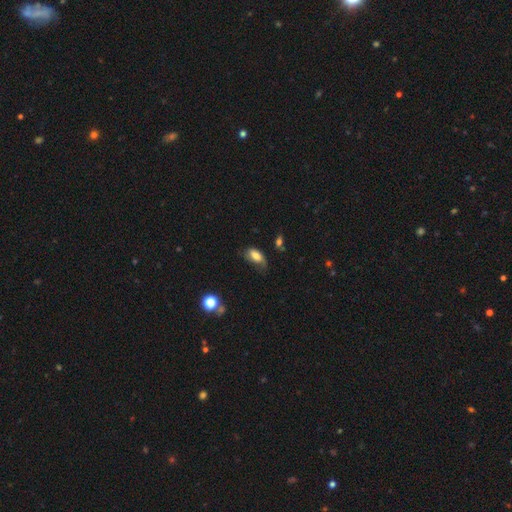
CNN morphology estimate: smooth 71%, featured or disk 20%, star or artifact 9%. Down the decision tree: how rounded — in between (89%); merging — none (40%).